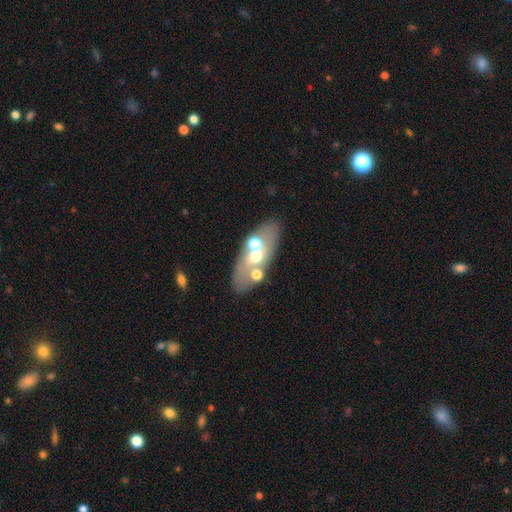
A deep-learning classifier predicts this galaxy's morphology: This is possibly a smooth galaxy (45%). Merging: possibly none (56%).